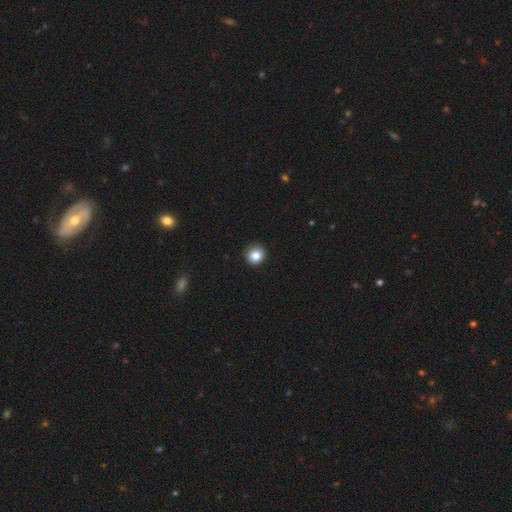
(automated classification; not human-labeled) A smooth galaxy with no disk features (84%) that is round (94%).

Vote fractions:
- Smooth or featured? smooth: 84% / star or artifact: 10% / featured or disk: 5%
- How rounded? round: 94% / in between: 5% / cigar-shaped: 1%
- Merging? none: 91% / minor disturbance: 6% / major disturbance: 2% / merger: 1%